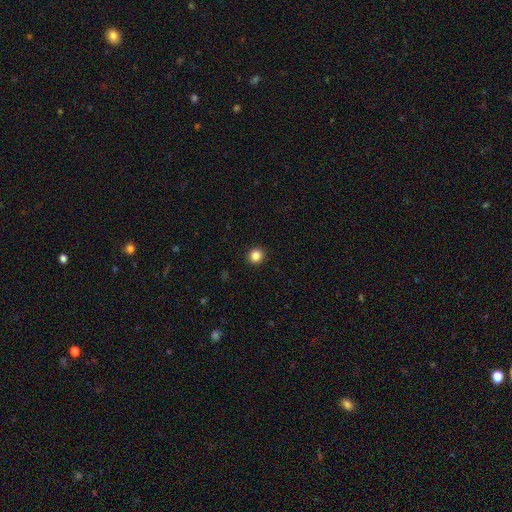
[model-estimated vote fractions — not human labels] Smooth or featured: smooth — 85% (star or artifact — 11%)
How rounded: round — 91% (in between — 8%)
Merging: none — 93% (minor disturbance — 4%)